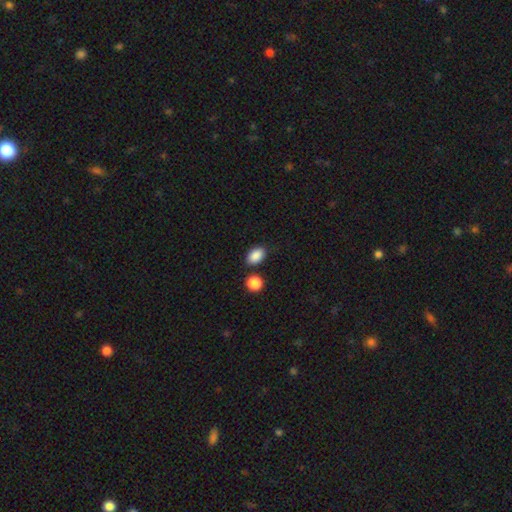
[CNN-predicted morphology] smooth-or-featured: smooth: 88% | star or artifact: 8% | featured or disk: 4%
  how-rounded: in between: 83% | round: 15% | cigar-shaped: 1%
  merging: none: 78% | minor disturbance: 12% | merger: 7% | major disturbance: 3%